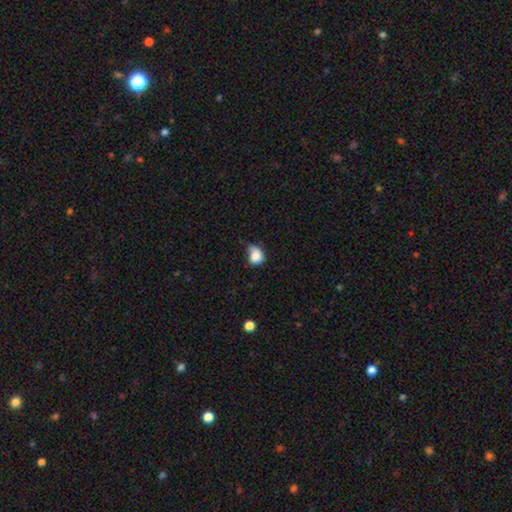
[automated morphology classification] Smooth or featured: smooth — 83% (star or artifact — 9%)
How rounded: round — 53% (in between — 46%)
Merging: minor disturbance — 48% (none — 30%)